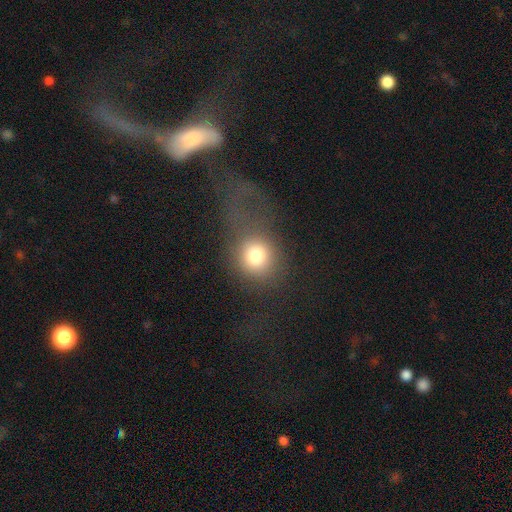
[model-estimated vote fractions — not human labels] smooth-or-featured: smooth: 77% | star or artifact: 12% | featured or disk: 11%
  how-rounded: round: 77% | in between: 22% | cigar-shaped: 1%
  merging: none: 46% | major disturbance: 33% | minor disturbance: 15% | merger: 6%